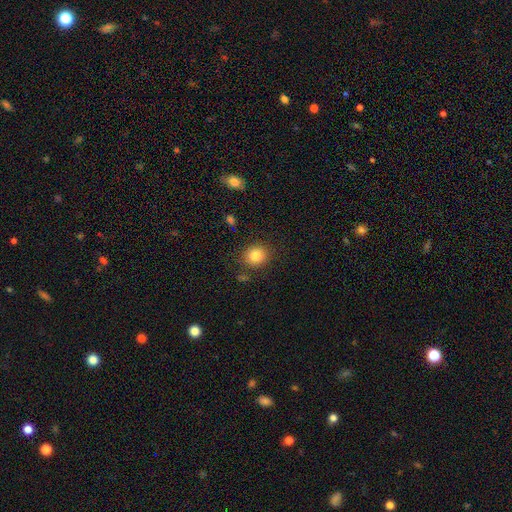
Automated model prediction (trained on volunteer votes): A smooth galaxy with no disk features (84%) that is round (84%). Merging: none (86%).